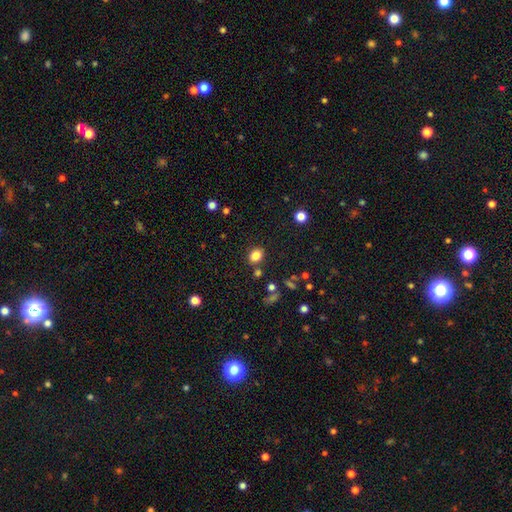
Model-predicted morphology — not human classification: Smooth or featured? Predicted: smooth (p=0.83). How rounded? Predicted: in between (p=0.62). Merging? Predicted: none (p=0.80).